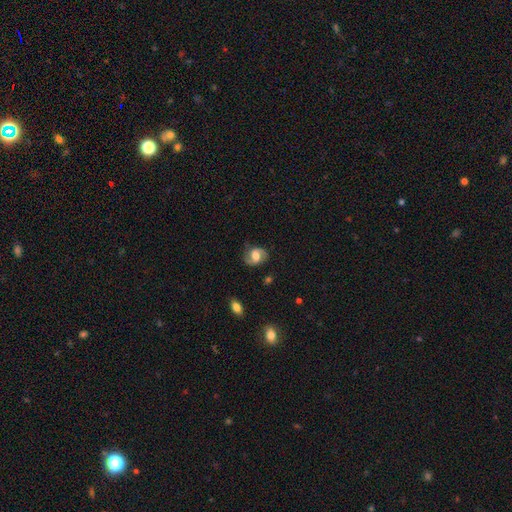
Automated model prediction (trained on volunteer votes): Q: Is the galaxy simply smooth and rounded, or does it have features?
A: featured or disk — 65%.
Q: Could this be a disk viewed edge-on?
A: no — 97%.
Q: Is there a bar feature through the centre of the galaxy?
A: weak — 43%.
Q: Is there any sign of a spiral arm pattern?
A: yes — 90%.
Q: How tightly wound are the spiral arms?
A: medium — 49%.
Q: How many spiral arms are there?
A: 2 — 89%.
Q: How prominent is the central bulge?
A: moderate — 51%.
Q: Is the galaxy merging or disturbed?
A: none — 76%.